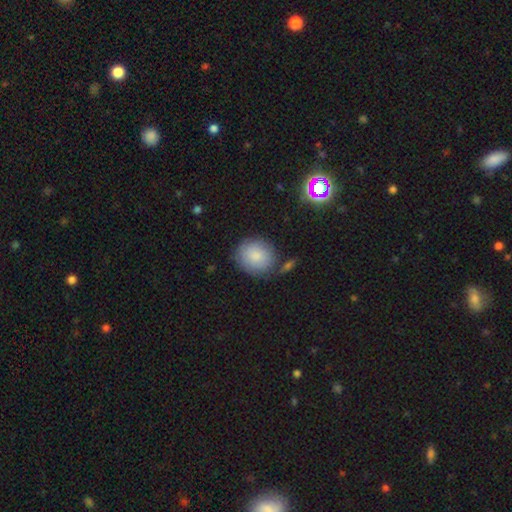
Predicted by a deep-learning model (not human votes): Smooth or featured? smooth (84%)
How rounded? round (78%)
Merging? none (74%)